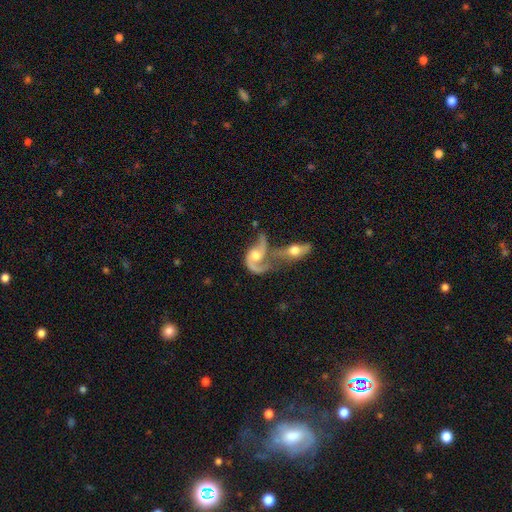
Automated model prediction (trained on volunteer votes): Overall: featured or disk (83%). Edge-on disk: no (96%). Bar: no (63%; weak 31%). Spiral arms: yes (92%). Spiral arm count: 2 (75%). Spiral winding: loose (53%; medium 36%). Bulge size: moderate (61%). Merging: merger (73%).